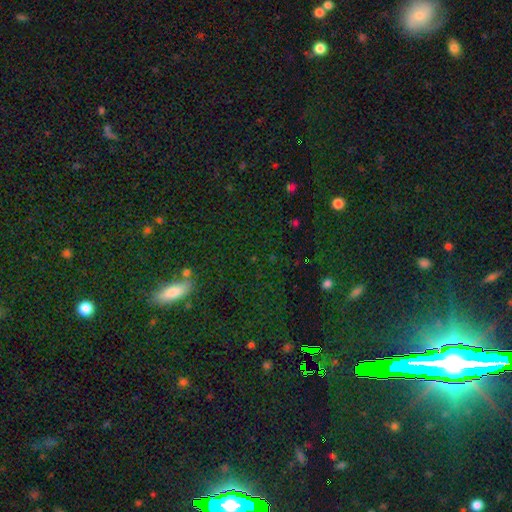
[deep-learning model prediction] Q: Smooth or featured?
A: star or artifact (61%); runner-up: smooth (23%)